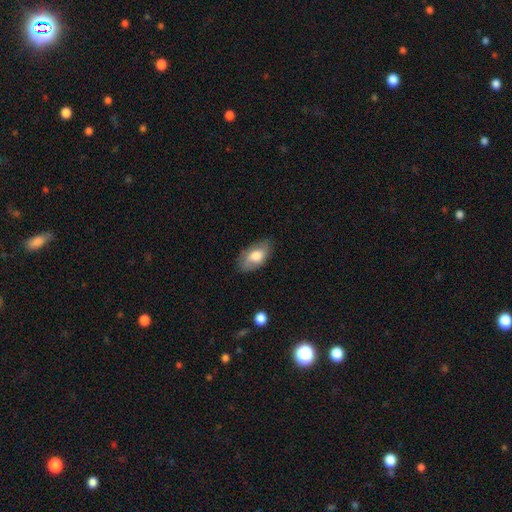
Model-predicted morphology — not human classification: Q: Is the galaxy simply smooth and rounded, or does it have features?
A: smooth — 71%.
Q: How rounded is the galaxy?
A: in between — 92%.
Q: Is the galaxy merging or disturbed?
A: none — 78%.